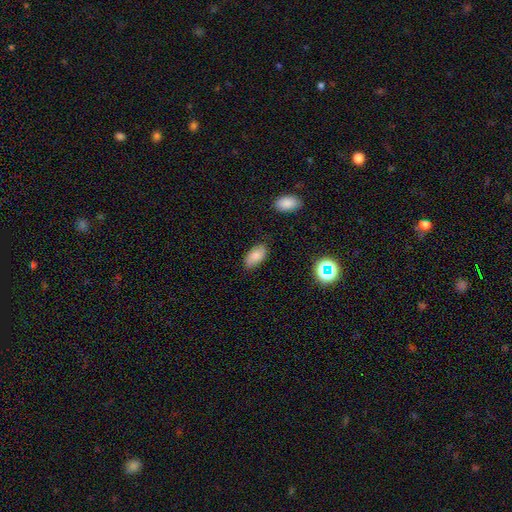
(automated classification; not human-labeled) Morphology: type=smooth (82%); roundness=in between (93%); merging=none (80%).